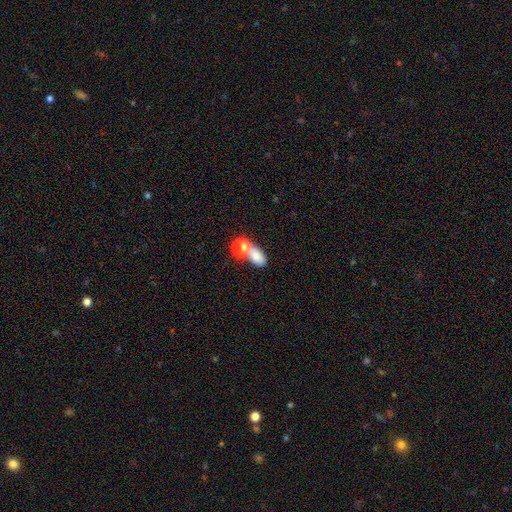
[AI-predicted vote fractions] smooth-or-featured: smooth: 77% | featured or disk: 13% | star or artifact: 10%
  how-rounded: in between: 80% | round: 17% | cigar-shaped: 3%
  merging: merger: 50% | none: 35% | minor disturbance: 10% | major disturbance: 5%